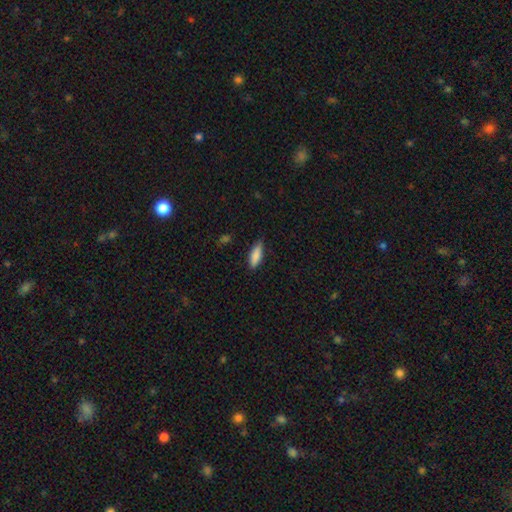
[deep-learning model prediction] Morphology: type=smooth (86%); roundness=in between (58%); merging=none (79%).